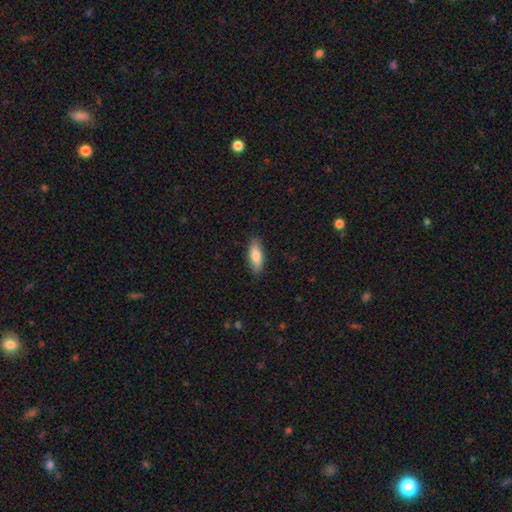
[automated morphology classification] Overall: smooth (80%). How rounded: in between (71%). Merging: none (86%).